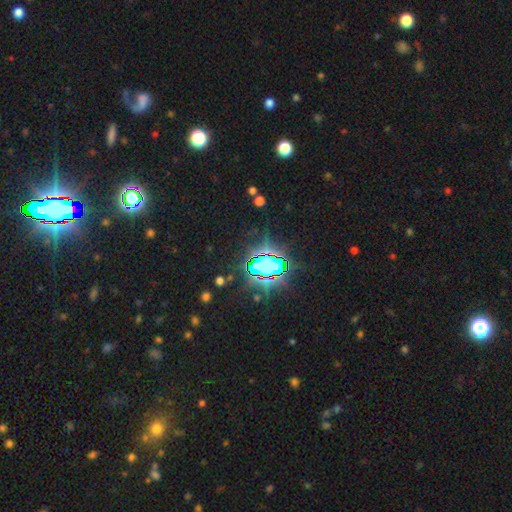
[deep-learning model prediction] This is clearly a star or artifact rather than a galaxy (84%).